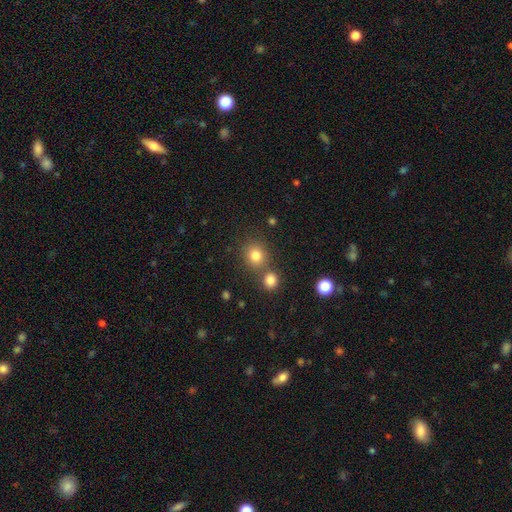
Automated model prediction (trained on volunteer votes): Smooth or featured?
  - smooth: 81% *
  - star or artifact: 13%
  - featured or disk: 6%
How rounded?
  - round: 83% *
  - in between: 16%
  - cigar-shaped: 1%
Merging?
  - none: 68% *
  - merger: 21%
  - minor disturbance: 8%
  - major disturbance: 3%